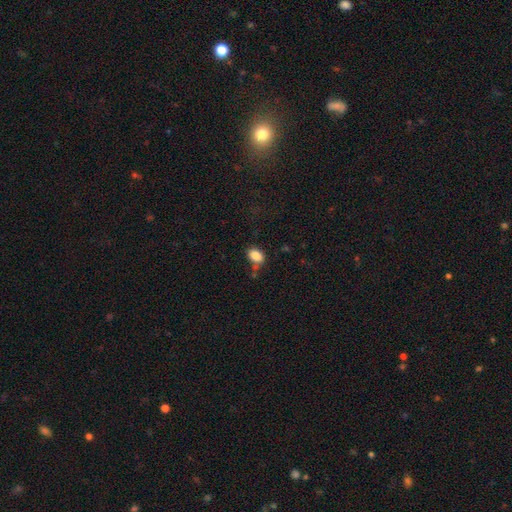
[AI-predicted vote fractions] A smooth galaxy with no disk features (86%) that is in between round and cigar-shaped (83%). Merging: none (61%).